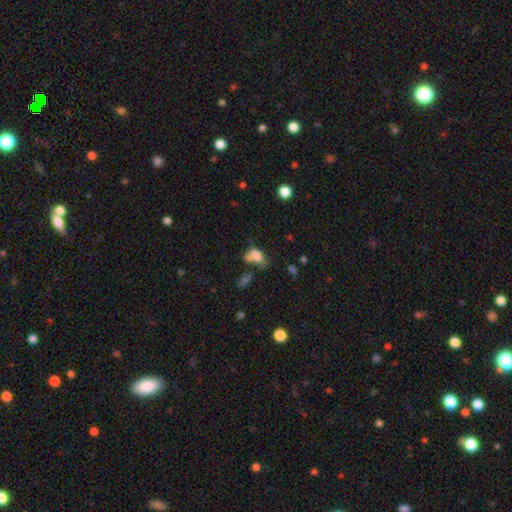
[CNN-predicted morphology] Overall: smooth (75%). How rounded: in between (85%). Merging: merger (39%; none 29%).